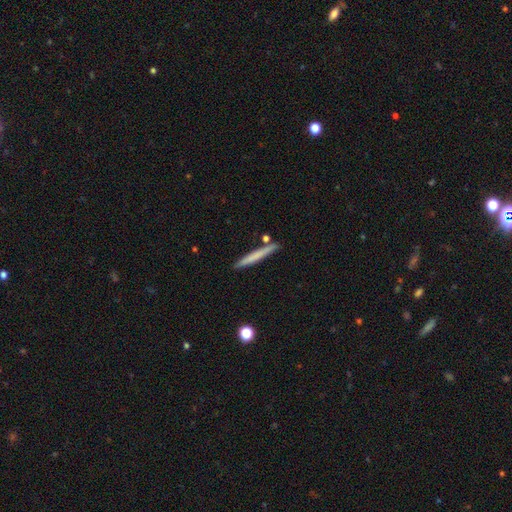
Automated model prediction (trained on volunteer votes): This appears to be a smooth galaxy with no disk features (65%) that is cigar-shaped (96%). Merging: none (86%).